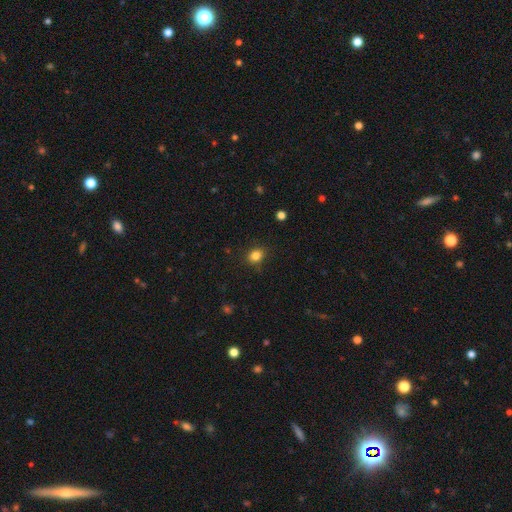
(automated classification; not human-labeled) Smooth or featured: smooth — 84% (star or artifact — 12%)
How rounded: round — 55% (in between — 44%)
Merging: none — 86% (minor disturbance — 10%)